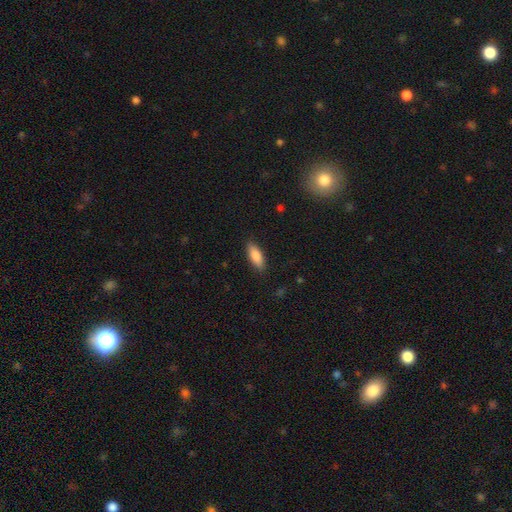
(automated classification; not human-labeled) A smooth galaxy with no disk features (85%) that is in between round and cigar-shaped (71%).

Vote fractions:
- Smooth or featured? smooth: 85% / featured or disk: 9% / star or artifact: 6%
- How rounded? in between: 71% / cigar-shaped: 27% / round: 2%
- Merging? none: 87% / minor disturbance: 10% / major disturbance: 2% / merger: 1%